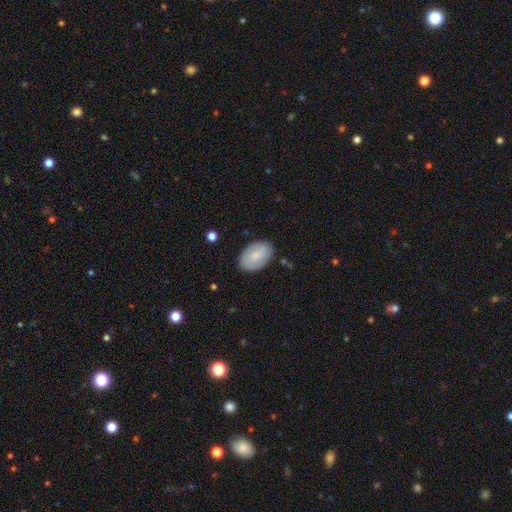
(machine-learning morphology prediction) smooth_or_featured: smooth (p=0.73) [alt: featured or disk p=0.21]
how_rounded: in between (p=0.90) [alt: round p=0.09]
merging: none (p=0.85) [alt: minor disturbance p=0.12]